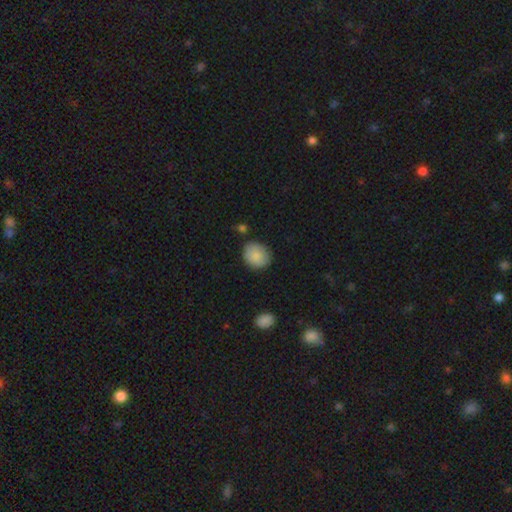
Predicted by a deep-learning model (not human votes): smooth 86%, featured or disk 7%, star or artifact 7%. Down the decision tree: how rounded — round (62%); merging — none (77%).